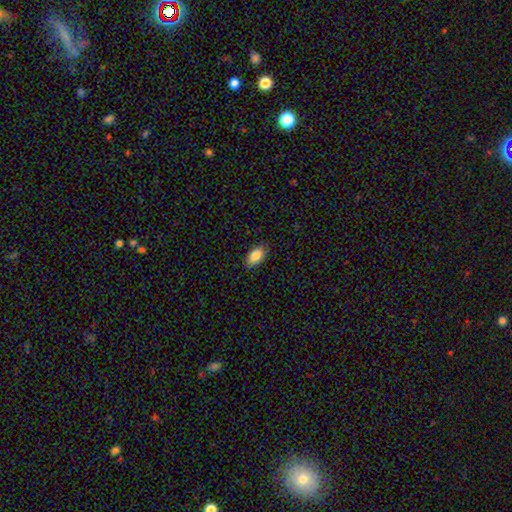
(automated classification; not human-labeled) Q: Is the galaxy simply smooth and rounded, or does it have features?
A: smooth — 87%.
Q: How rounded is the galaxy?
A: in between — 93%.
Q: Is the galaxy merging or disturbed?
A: none — 87%.